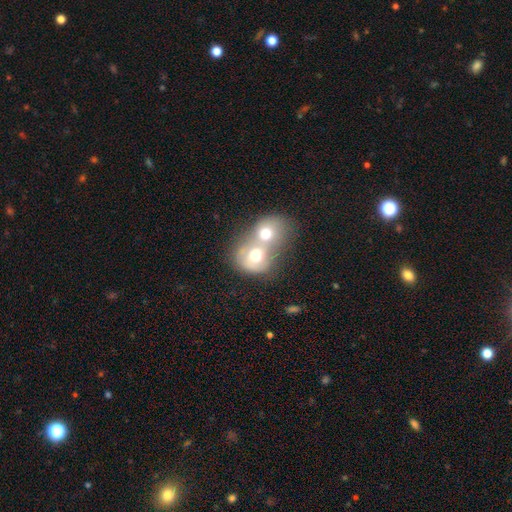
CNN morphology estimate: Smooth or featured? smooth (61%)
How rounded? round (65%)
Merging? merger (78%)